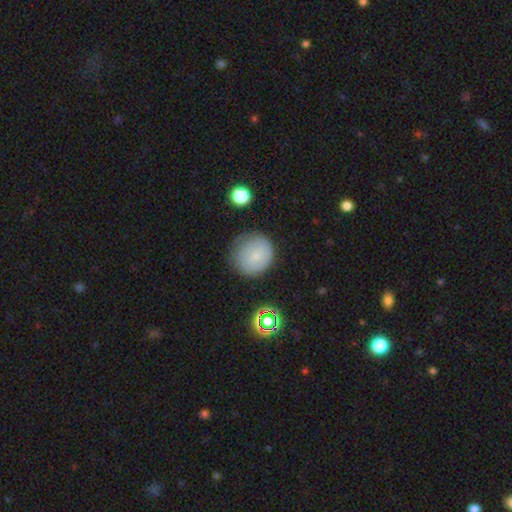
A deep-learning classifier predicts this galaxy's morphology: smooth_or_featured: smooth (p=0.73) [alt: featured or disk p=0.17]
how_rounded: round (p=0.87) [alt: in between p=0.12]
merging: none (p=0.70) [alt: minor disturbance p=0.22]